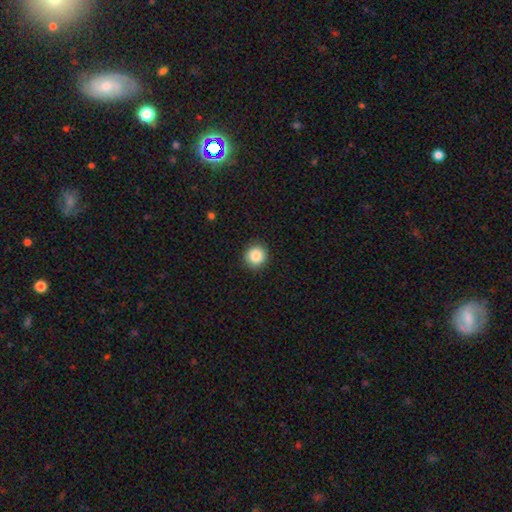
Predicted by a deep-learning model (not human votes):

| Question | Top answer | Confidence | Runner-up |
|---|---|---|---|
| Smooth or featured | smooth | 86% | star or artifact (9%) |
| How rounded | round | 93% | in between (6%) |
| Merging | none | 91% | minor disturbance (7%) |